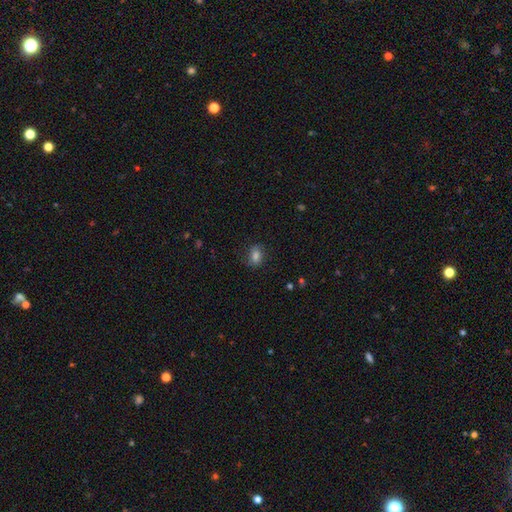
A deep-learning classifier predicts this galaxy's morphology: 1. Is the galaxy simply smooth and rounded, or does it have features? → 78% smooth, 12% star or artifact, 9% featured or disk.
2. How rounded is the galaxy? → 73% in between, 24% round, 3% cigar-shaped.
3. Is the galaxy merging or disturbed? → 77% none, 17% minor disturbance, 5% major disturbance, 1% merger.